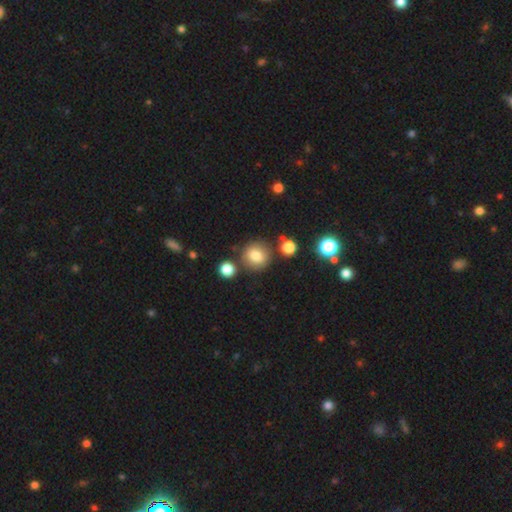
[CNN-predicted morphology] smooth_or_featured: smooth (p=0.80) [alt: star or artifact p=0.12]
how_rounded: round (p=0.83) [alt: in between p=0.15]
merging: none (p=0.79) [alt: minor disturbance p=0.10]